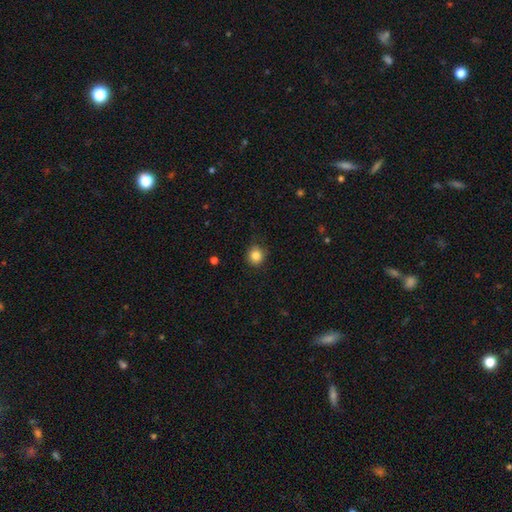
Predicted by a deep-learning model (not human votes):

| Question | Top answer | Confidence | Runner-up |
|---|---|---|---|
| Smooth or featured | smooth | 84% | star or artifact (11%) |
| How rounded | round | 89% | in between (10%) |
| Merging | none | 82% | minor disturbance (14%) |